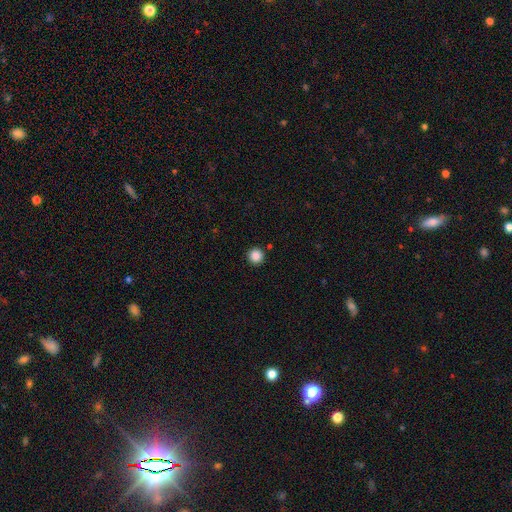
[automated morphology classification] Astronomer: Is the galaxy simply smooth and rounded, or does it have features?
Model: smooth — 87%.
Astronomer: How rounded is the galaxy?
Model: round — 96%.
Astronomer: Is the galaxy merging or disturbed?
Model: none — 92%.